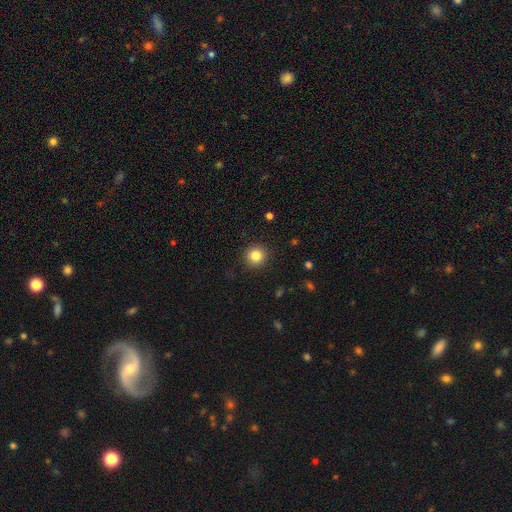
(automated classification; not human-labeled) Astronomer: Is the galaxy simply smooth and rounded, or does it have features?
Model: smooth — 83%.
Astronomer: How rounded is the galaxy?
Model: round — 94%.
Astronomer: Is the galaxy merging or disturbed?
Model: none — 91%.